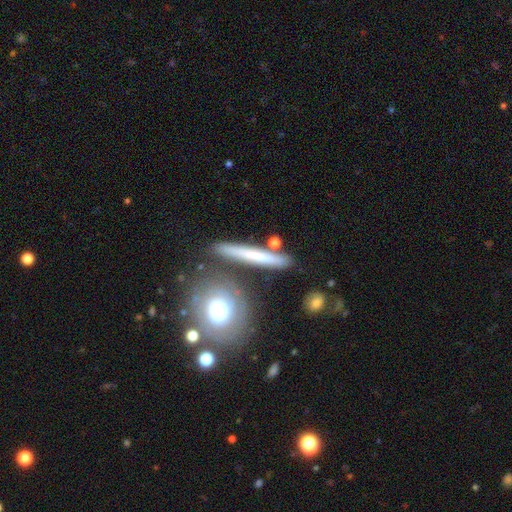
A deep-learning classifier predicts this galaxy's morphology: This is possibly a smooth galaxy (53%). How rounded: clearly cigar-shaped (89%). Merging: clearly none (83%).